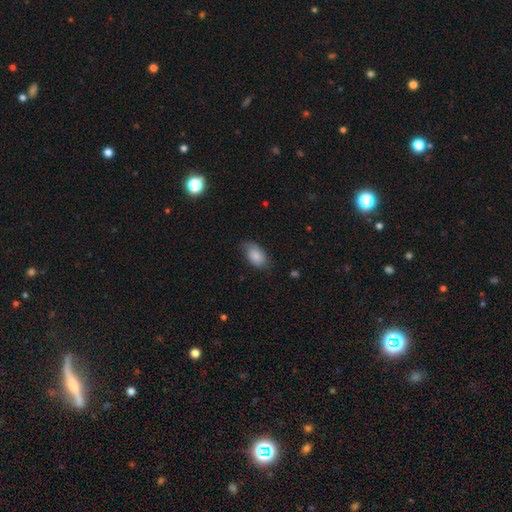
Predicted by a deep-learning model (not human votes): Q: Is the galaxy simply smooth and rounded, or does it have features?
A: smooth — 80%.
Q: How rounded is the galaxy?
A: in between — 93%.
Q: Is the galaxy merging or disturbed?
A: none — 68%.